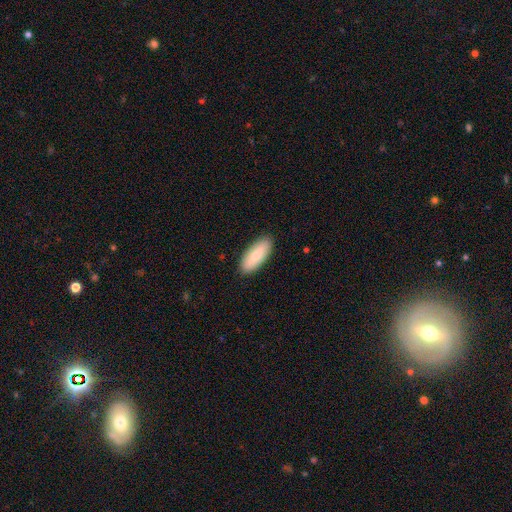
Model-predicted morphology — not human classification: Smooth or featured?
  - smooth: 78% *
  - featured or disk: 17%
  - star or artifact: 6%
How rounded?
  - in between: 80% *
  - cigar-shaped: 17%
  - round: 2%
Merging?
  - none: 88% *
  - minor disturbance: 9%
  - major disturbance: 2%
  - merger: 1%